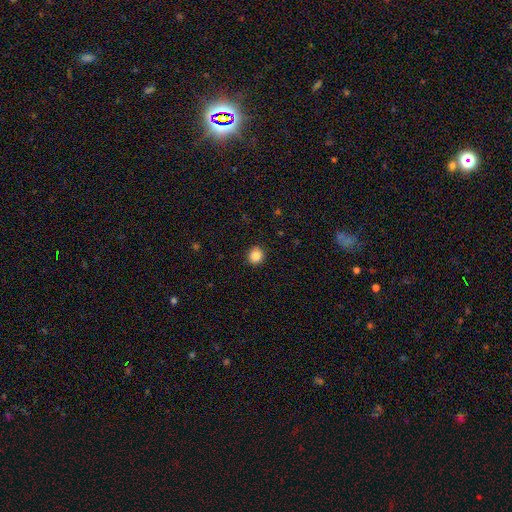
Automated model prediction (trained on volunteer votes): A smooth galaxy with no disk features (86%) that is round (89%). Merging: none (91%).